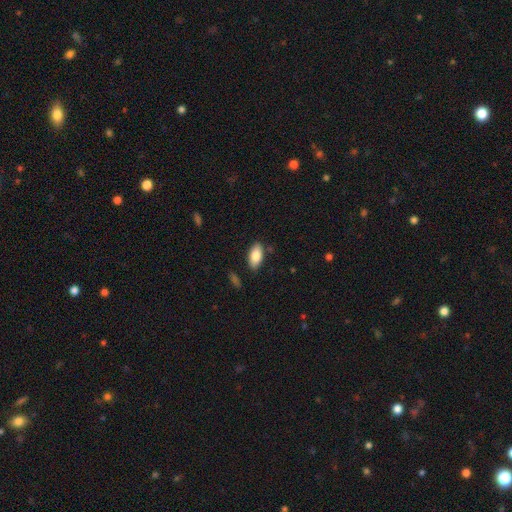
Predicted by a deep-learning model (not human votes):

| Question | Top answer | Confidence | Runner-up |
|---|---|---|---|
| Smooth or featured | smooth | 84% | featured or disk (10%) |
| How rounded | in between | 93% | cigar-shaped (5%) |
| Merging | none | 85% | minor disturbance (10%) |